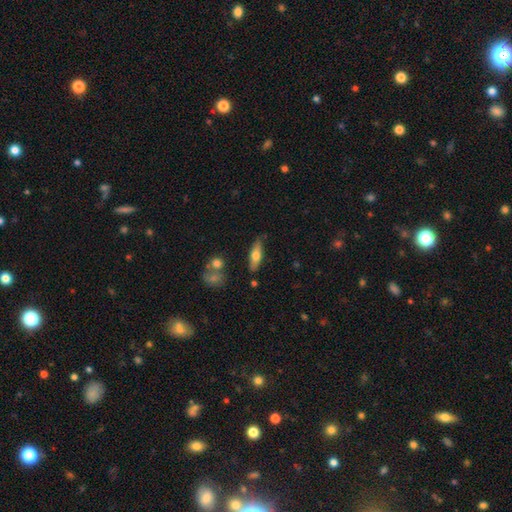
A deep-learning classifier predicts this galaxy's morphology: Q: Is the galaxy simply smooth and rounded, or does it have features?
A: smooth — 59%.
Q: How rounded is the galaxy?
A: cigar-shaped — 50%.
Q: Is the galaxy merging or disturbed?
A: none — 80%.